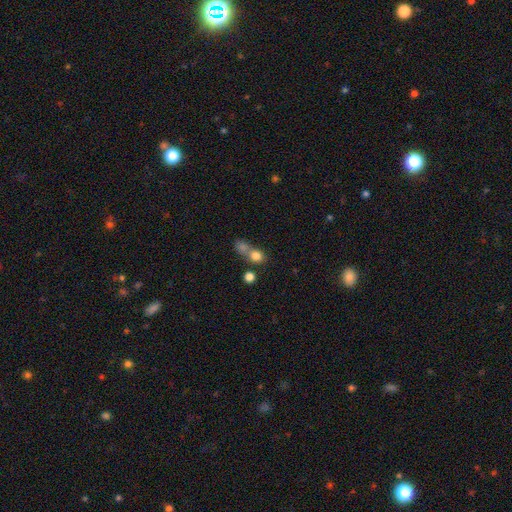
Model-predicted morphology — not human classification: smooth_or_featured: smooth (p=0.77) [alt: star or artifact p=0.13]
how_rounded: round (p=0.75) [alt: in between p=0.23]
merging: merger (p=0.50) [alt: none p=0.38]